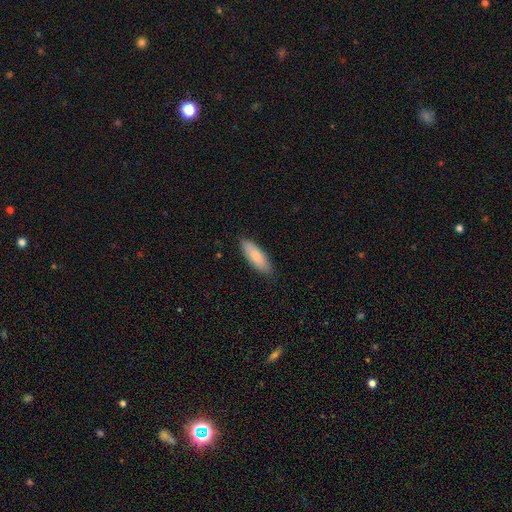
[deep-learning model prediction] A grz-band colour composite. It shows a smooth galaxy with no disk features (84%) that is in between round and cigar-shaped (56%). Merging: none (87%).